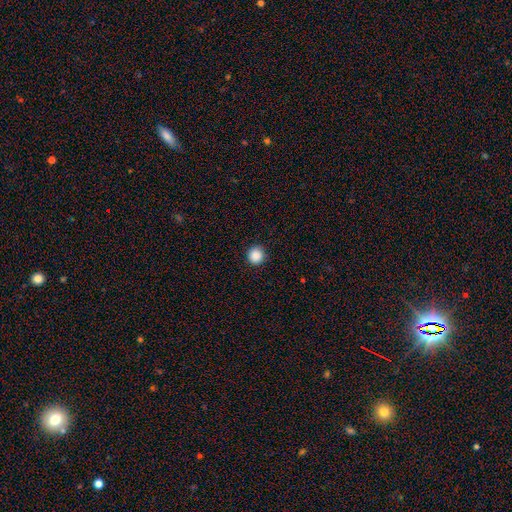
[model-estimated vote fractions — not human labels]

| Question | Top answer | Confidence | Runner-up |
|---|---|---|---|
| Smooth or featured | smooth | 89% | star or artifact (9%) |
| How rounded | round | 93% | in between (6%) |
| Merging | none | 91% | minor disturbance (6%) |